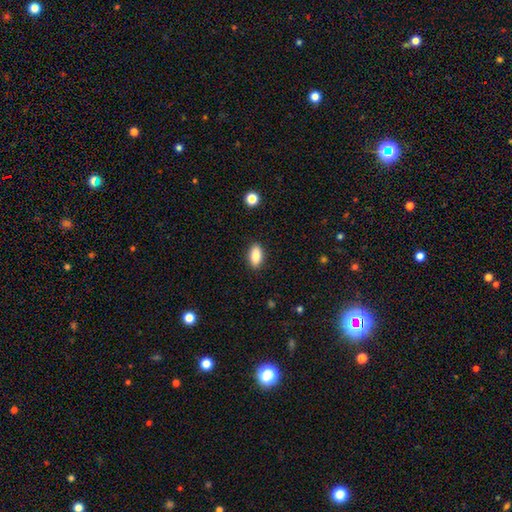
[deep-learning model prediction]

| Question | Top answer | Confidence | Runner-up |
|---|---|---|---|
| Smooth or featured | smooth | 87% | star or artifact (7%) |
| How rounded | in between | 88% | cigar-shaped (9%) |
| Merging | none | 89% | minor disturbance (8%) |